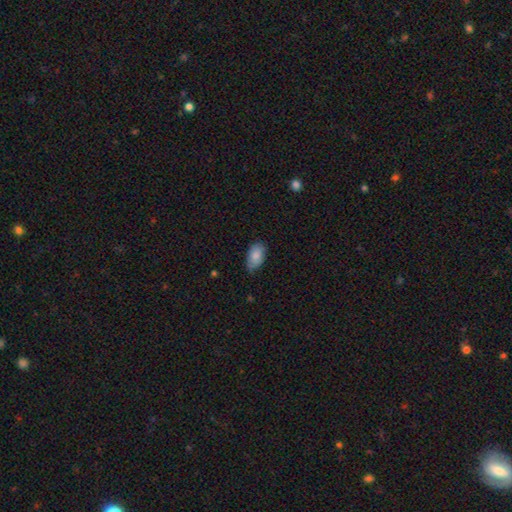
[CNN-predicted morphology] This appears to be a smooth galaxy with no disk features (85%) that is in between round and cigar-shaped (94%). Merging: none (70%).